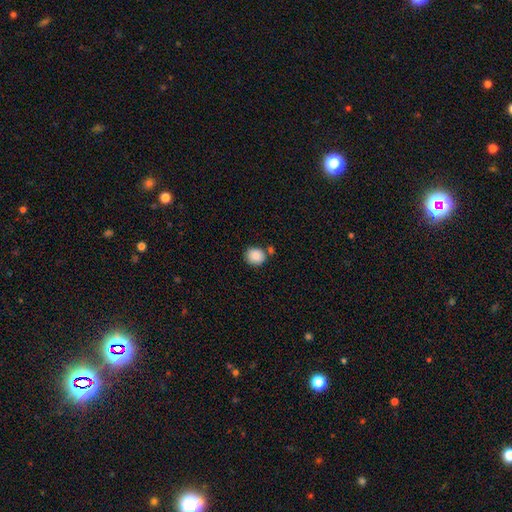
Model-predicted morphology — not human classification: Overall: smooth (88%). How rounded: round (74%). Merging: none (73%).